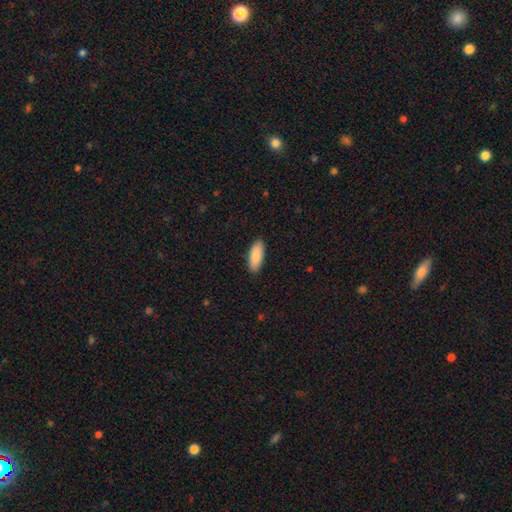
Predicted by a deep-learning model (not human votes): Morphology: type=smooth (89%); roundness=in between (78%); merging=none (89%).